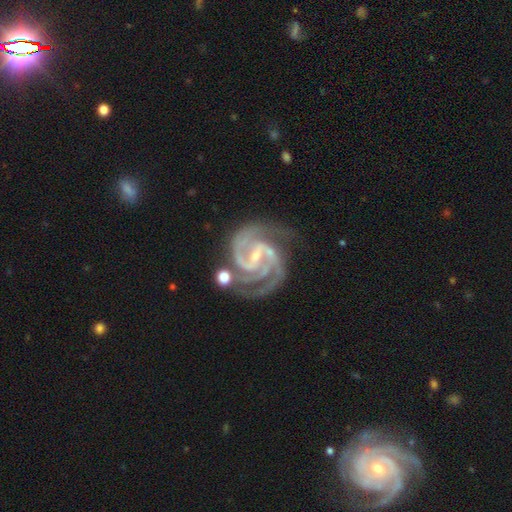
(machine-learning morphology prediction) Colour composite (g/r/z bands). It shows a featured or disk galaxy (94%) with a weak bar (42%), 3 (44%) tight (51%) spiral arms (99%) and a small central bulge (76%). Merging: none (64%).